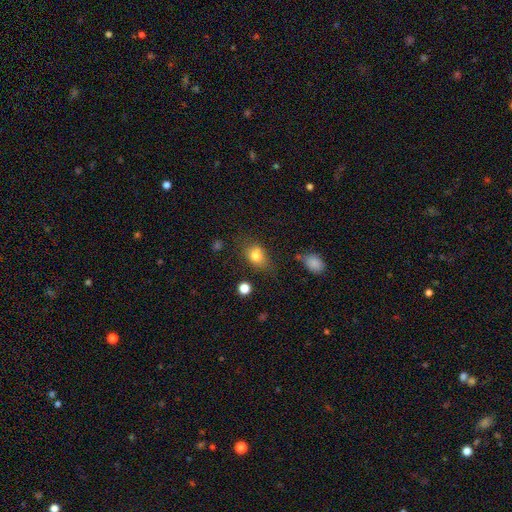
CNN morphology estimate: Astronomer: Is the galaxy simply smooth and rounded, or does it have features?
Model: smooth — 79%.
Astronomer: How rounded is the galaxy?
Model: in between — 63%.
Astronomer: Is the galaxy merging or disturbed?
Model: none — 63%.